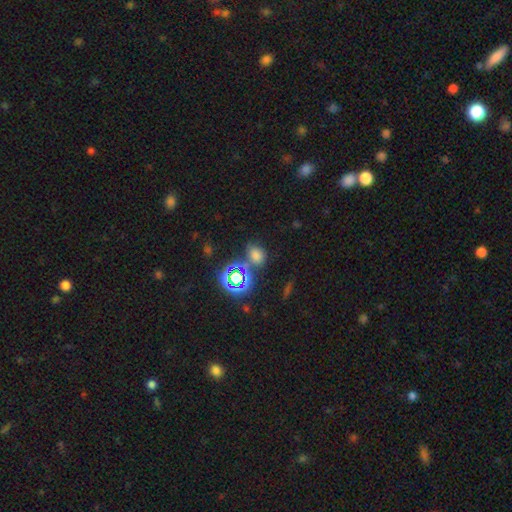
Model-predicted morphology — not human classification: This appears to be a smooth galaxy with no disk features (59%) that is in between round and cigar-shaped (51%). Merging: none (64%).